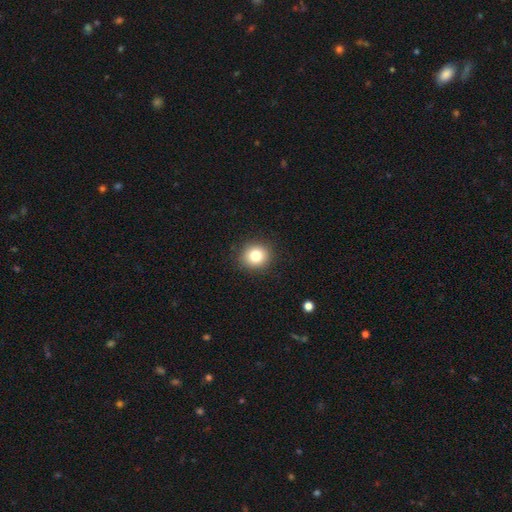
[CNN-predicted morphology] type=smooth (81%); roundness=round (86%); merging=none (90%).